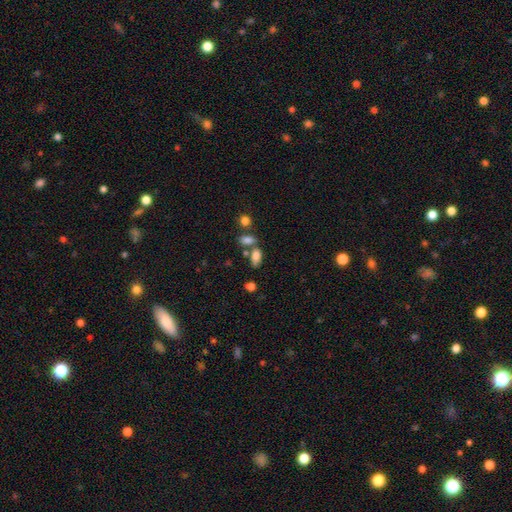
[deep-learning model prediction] Smooth or featured: smooth — 79% (star or artifact — 11%)
How rounded: in between — 86% (cigar-shaped — 7%)
Merging: none — 50% (merger — 29%)